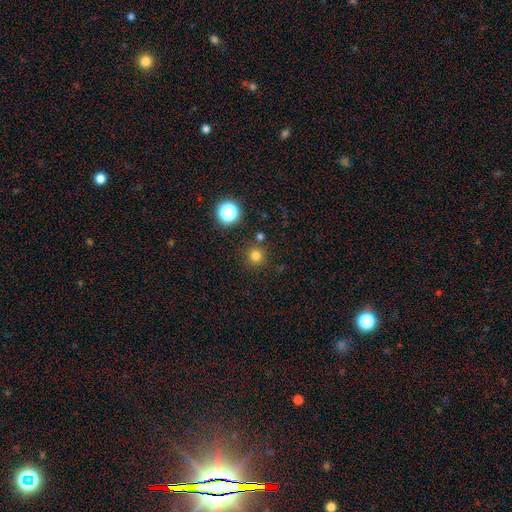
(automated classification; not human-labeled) smooth 77%, star or artifact 18%, featured or disk 5%. Down the decision tree: how rounded — round (95%); merging — none (85%).